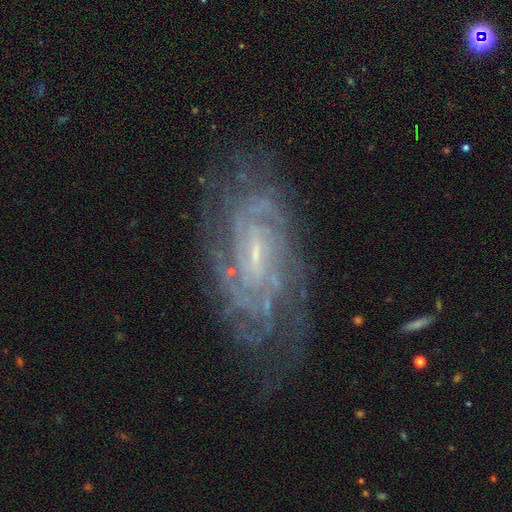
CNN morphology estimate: Smooth or featured? Predicted: featured or disk (p=0.88). Edge-on disk? Predicted: no (p=0.95). Bar? Predicted: weak (p=0.48). Spiral arms? Predicted: yes (p=0.97). Spiral winding? Predicted: tight (p=0.71). Spiral arm count? Predicted: can't tell (p=0.31). Bulge size? Predicted: small (p=0.77). Merging? Predicted: none (p=0.76).